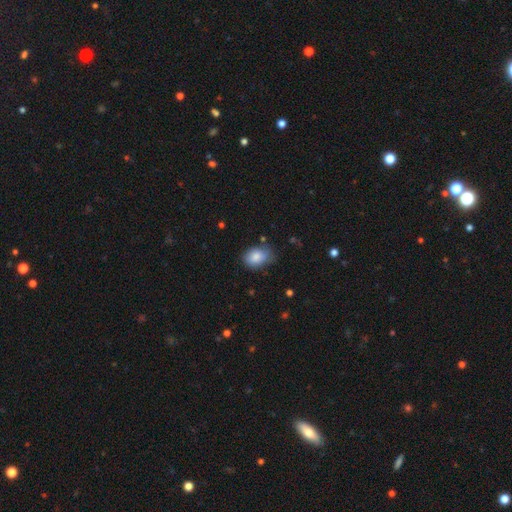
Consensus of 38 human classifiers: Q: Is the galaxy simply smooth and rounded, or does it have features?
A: smooth — 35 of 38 (92%).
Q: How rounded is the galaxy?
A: in between — 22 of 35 (63%).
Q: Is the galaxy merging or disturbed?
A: none — 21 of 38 (55%).